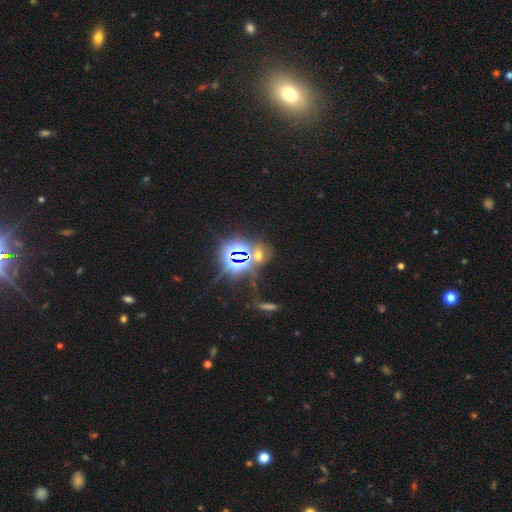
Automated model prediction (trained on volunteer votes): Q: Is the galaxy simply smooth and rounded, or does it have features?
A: star or artifact — 78%.